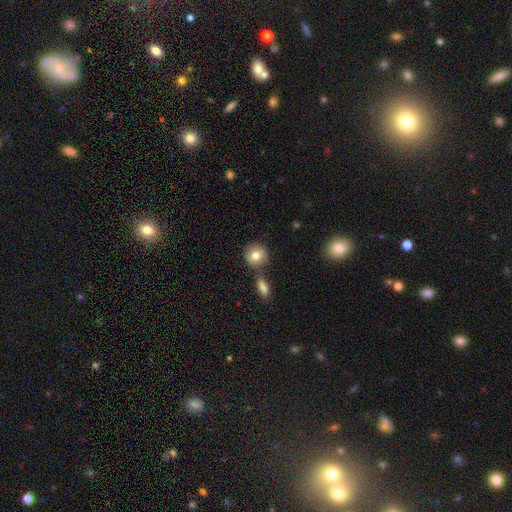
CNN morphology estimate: A smooth galaxy with no disk features (82%) that is round (87%). Merging: none (71%).